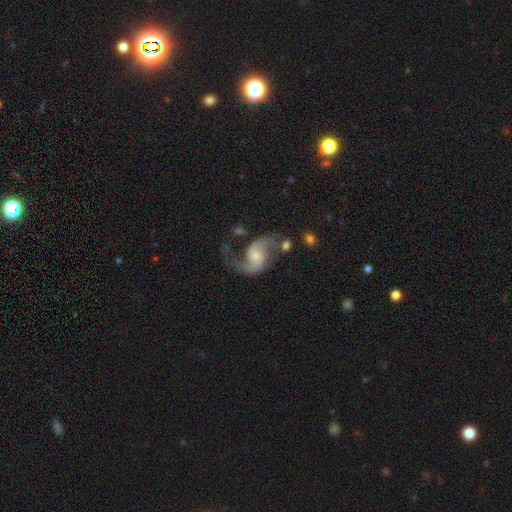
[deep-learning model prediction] The model was most divided on "bulge size": small: 50%, moderate: 40%, none: 5%, large: 4%, dominant: 1%. More confident: edge-on disk — no (98%); spiral arms — yes (97%); spiral arm count — 2 (91%); smooth or featured — featured or disk (89%); spiral winding — loose (58%); merging — none (56%); bar — no (53%).